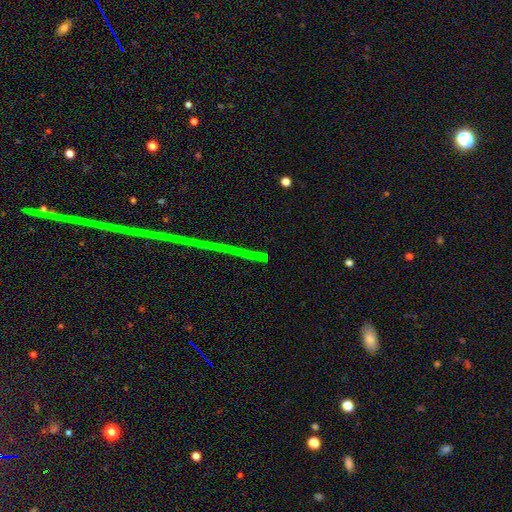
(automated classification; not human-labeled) star or artifact 77%, featured or disk 13%, smooth 10%.